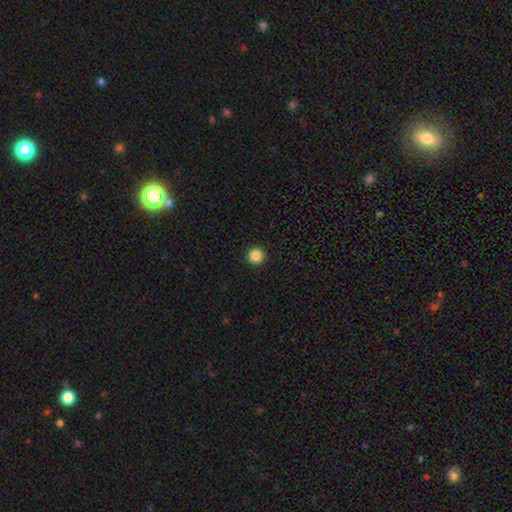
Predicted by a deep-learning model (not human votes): Smooth or featured? Predicted: smooth (p=0.87). How rounded? Predicted: round (p=0.97). Merging? Predicted: none (p=0.94).